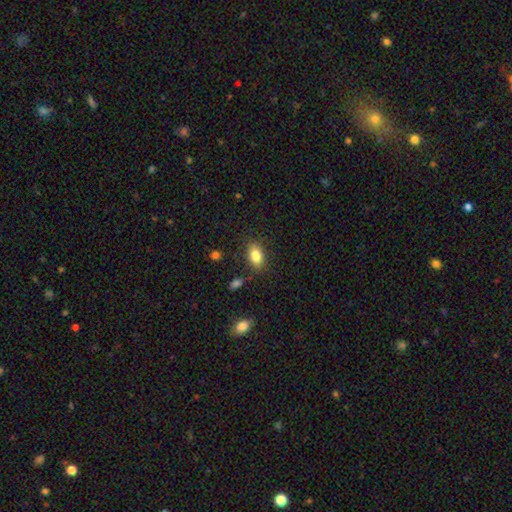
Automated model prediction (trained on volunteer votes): Smooth or featured? Predicted: smooth (p=0.82). How rounded? Predicted: in between (p=0.88). Merging? Predicted: none (p=0.83).